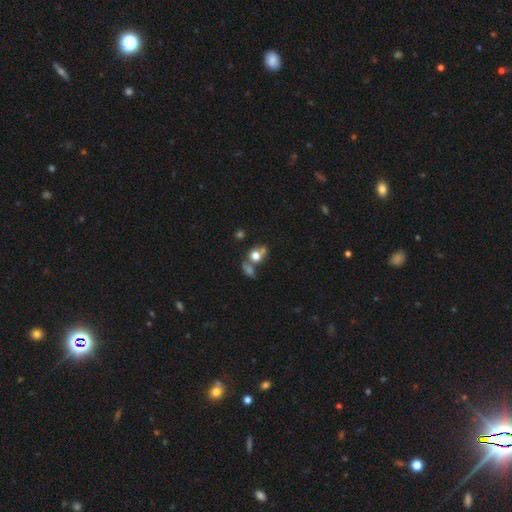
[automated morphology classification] A smooth galaxy with no disk features (71%) that is round (73%). Merging: none (43%).